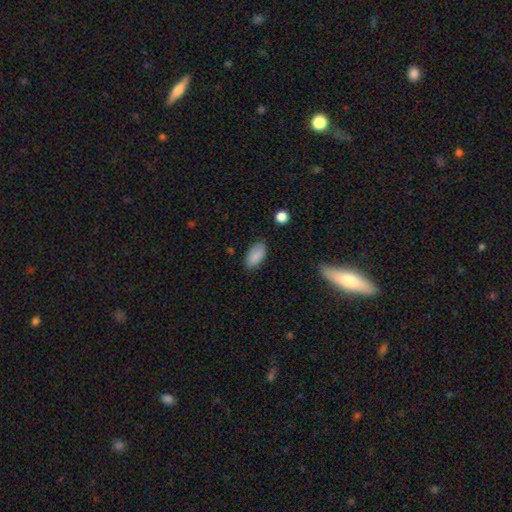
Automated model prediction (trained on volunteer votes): Smooth or featured: smooth — 88% (star or artifact — 7%)
How rounded: in between — 94% (cigar-shaped — 4%)
Merging: none — 82% (minor disturbance — 14%)